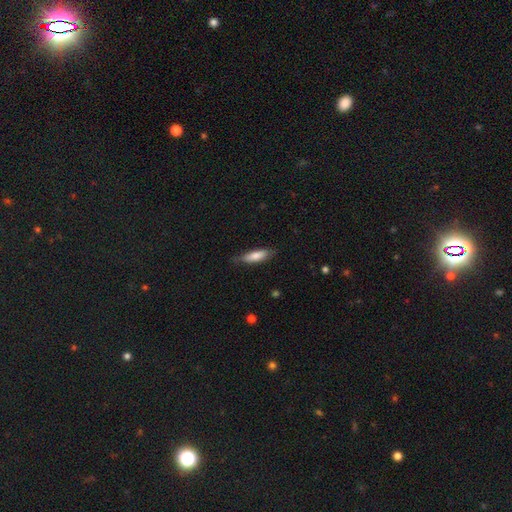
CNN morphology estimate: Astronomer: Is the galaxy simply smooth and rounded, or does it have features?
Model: smooth — 74%.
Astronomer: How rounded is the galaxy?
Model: cigar-shaped — 56% (runner-up: in between, 43%).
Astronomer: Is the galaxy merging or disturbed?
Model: none — 73%.